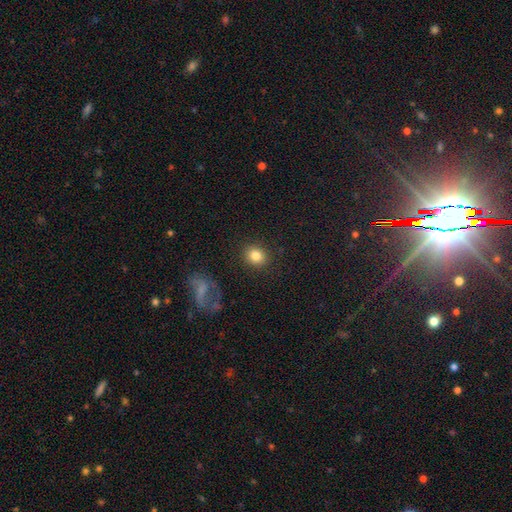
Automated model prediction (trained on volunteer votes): Morphology: type=smooth (83%); roundness=round (71%); merging=none (88%).